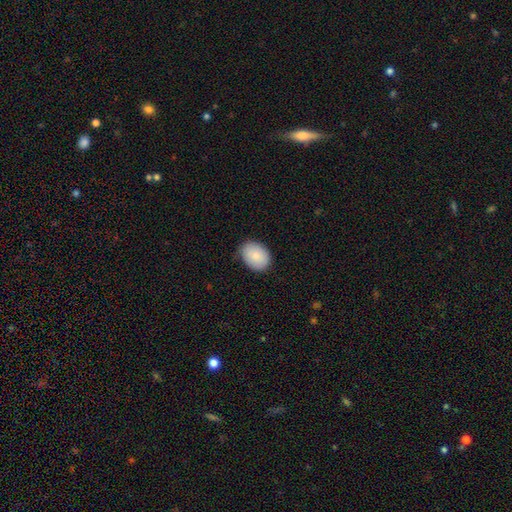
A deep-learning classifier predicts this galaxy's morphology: Smooth or featured: smooth — 84% (featured or disk — 9%)
How rounded: in between — 66% (round — 33%)
Merging: none — 78% (minor disturbance — 18%)